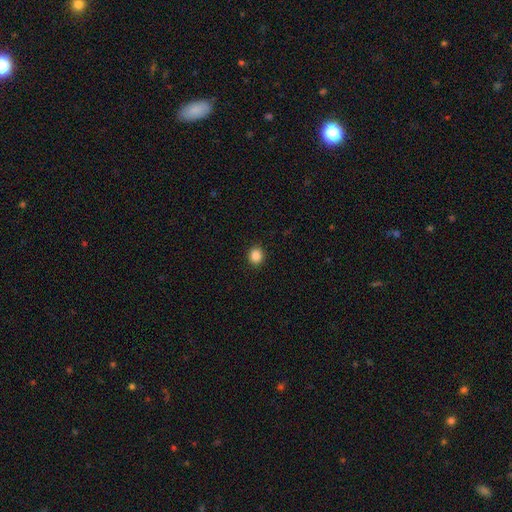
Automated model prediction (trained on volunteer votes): Smooth or featured? Predicted: smooth (p=0.87). How rounded? Predicted: round (p=0.72). Merging? Predicted: none (p=0.91).